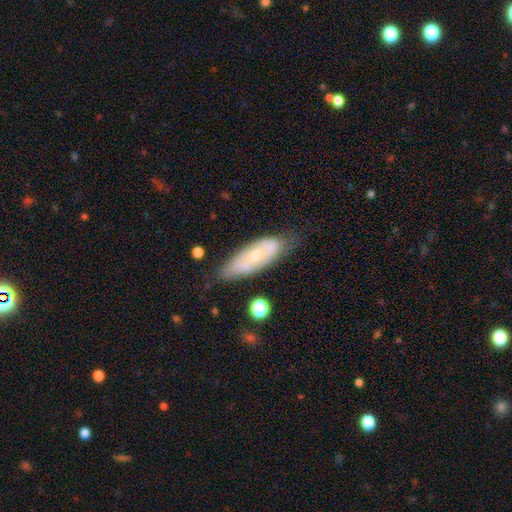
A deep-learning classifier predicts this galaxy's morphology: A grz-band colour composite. It shows a featured or disk galaxy (53%). Merging: none (62%).